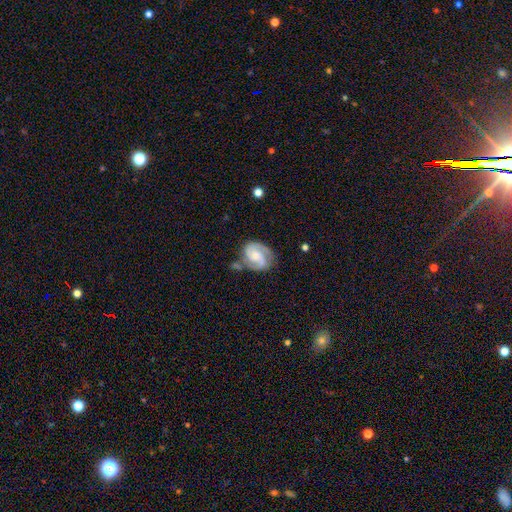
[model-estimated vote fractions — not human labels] Overall: featured or disk (83%). Edge-on disk: no (98%). Bar: no (55%; weak 37%). Spiral arms: yes (97%). Spiral arm count: 2 (87%). Spiral winding: medium (49%; tight 38%). Bulge size: small (47%; moderate 41%). Merging: none (58%; minor disturbance 23%).